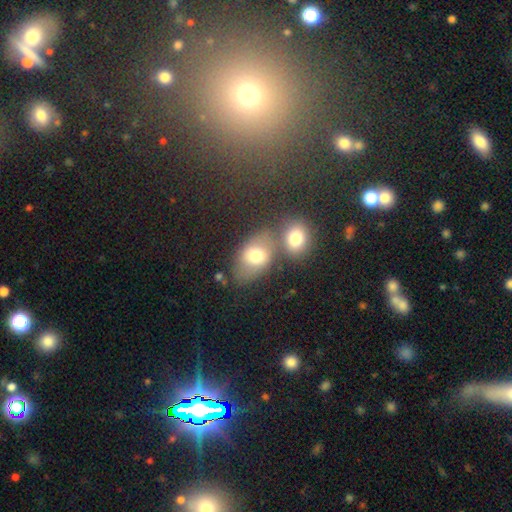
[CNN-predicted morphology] smooth-or-featured: smooth: 71% | featured or disk: 18% | star or artifact: 11%
  how-rounded: in between: 75% | round: 24% | cigar-shaped: 2%
  merging: none: 49% | merger: 33% | minor disturbance: 13% | major disturbance: 6%